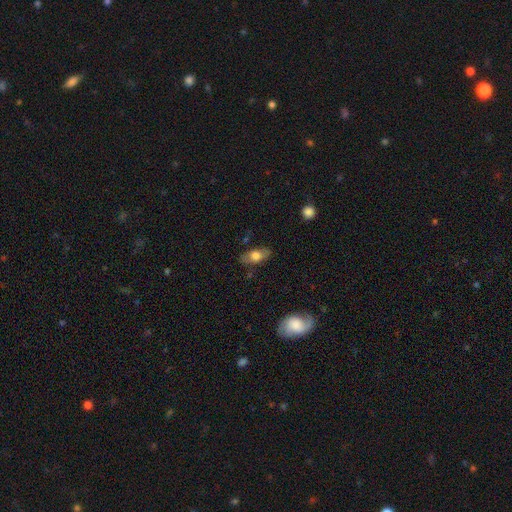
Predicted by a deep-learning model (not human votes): smooth 65%, featured or disk 28%, star or artifact 7%. Down the decision tree: how rounded — in between (83%); merging — none (81%).